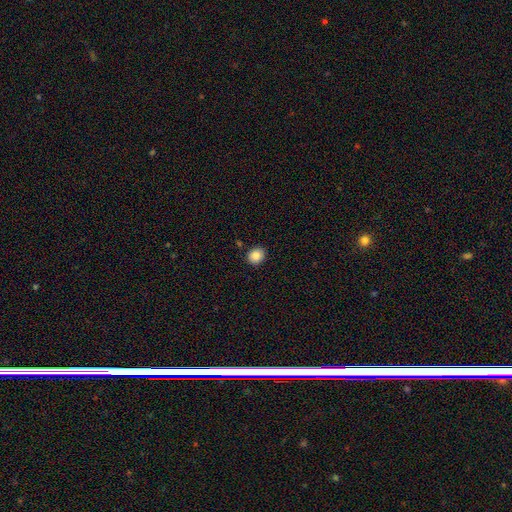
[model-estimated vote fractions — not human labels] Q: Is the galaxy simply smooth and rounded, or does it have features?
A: smooth — 87%.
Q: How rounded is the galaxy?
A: round — 67%.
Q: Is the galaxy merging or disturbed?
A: none — 88%.